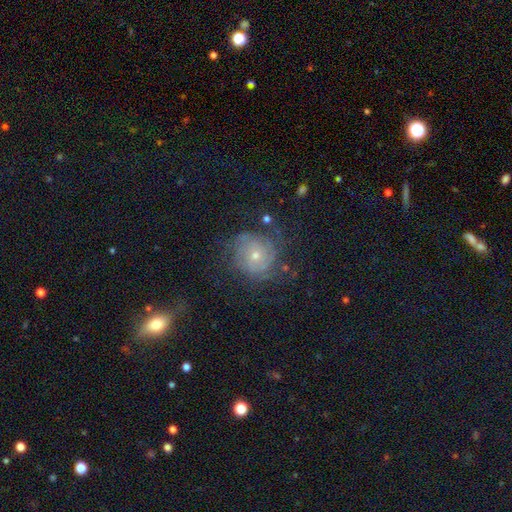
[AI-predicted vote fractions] This is likely a featured or disk galaxy (67%). It is clearly not viewed edge-on (97%). Bar: clearly no (80%). Spiral arm pattern: clearly yes (84%). Spiral arm count: possibly can't tell (47%). Spiral winding: likely tight (65%). Central bulge: possibly small (52%). Merging: likely none (66%).